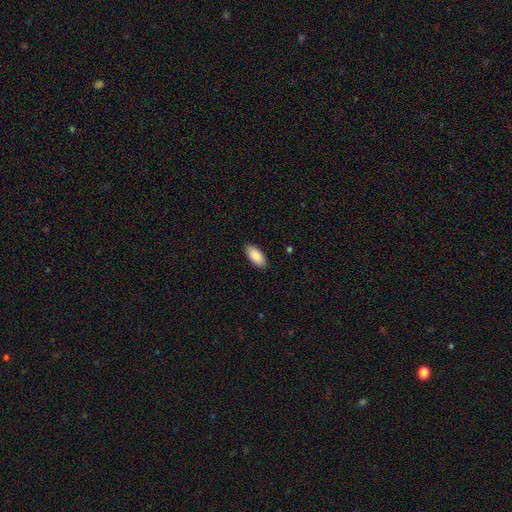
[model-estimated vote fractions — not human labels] Smooth or featured? Predicted: smooth (p=0.89). How rounded? Predicted: in between (p=0.90). Merging? Predicted: none (p=0.89).